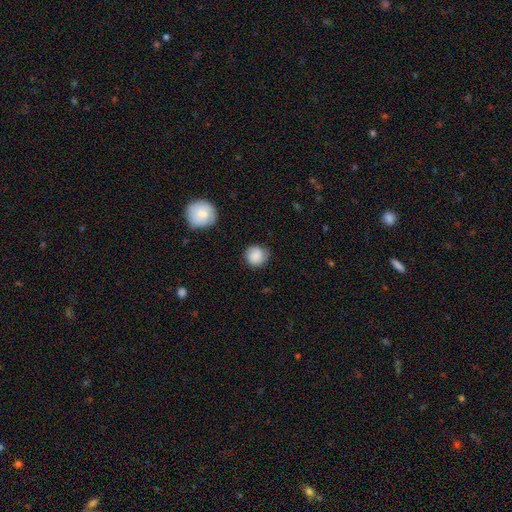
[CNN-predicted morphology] Overall: smooth (82%). How rounded: round (90%). Merging: none (75%).